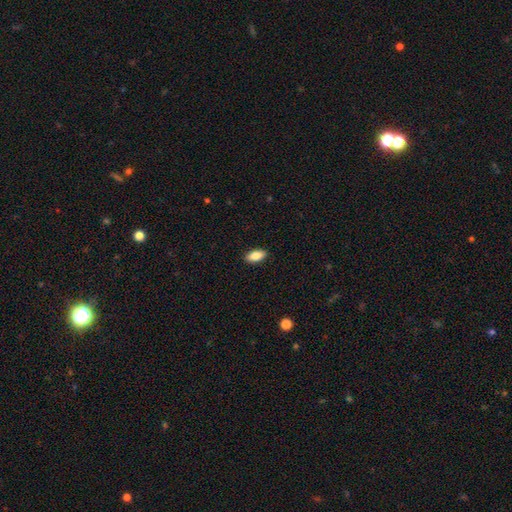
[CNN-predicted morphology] Smooth or featured: smooth — 86% (featured or disk — 7%)
How rounded: in between — 90% (cigar-shaped — 7%)
Merging: none — 90% (minor disturbance — 7%)